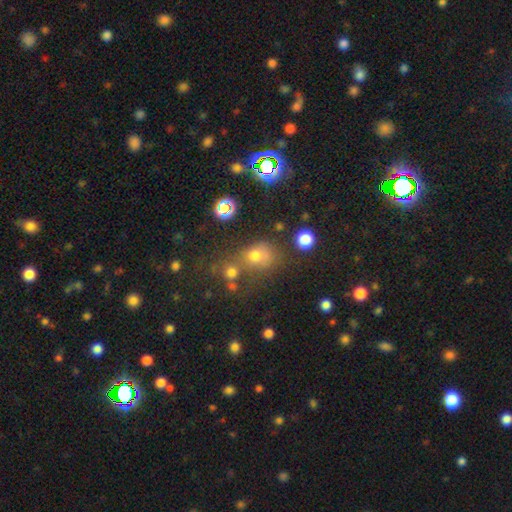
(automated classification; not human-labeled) A smooth galaxy with no disk features (50%) that is round (72%).

Vote fractions:
- Smooth or featured? smooth: 50% / star or artifact: 39% / featured or disk: 11%
- How rounded? round: 72% / in between: 26% / cigar-shaped: 2%
- Merging? none: 63% / merger: 19% / minor disturbance: 12% / major disturbance: 6%